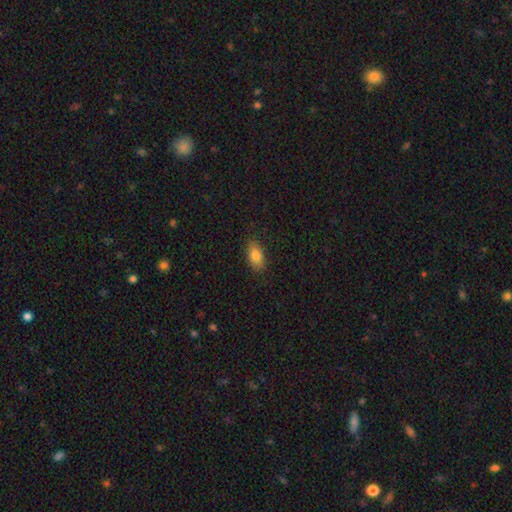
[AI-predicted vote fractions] This is clearly a smooth galaxy (82%). How rounded: clearly in between (89%). Merging: clearly none (85%).